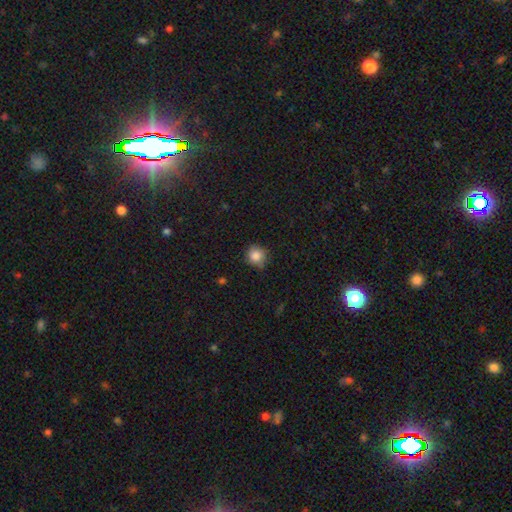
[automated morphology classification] Overall: smooth (85%). How rounded: round (88%). Merging: none (75%).